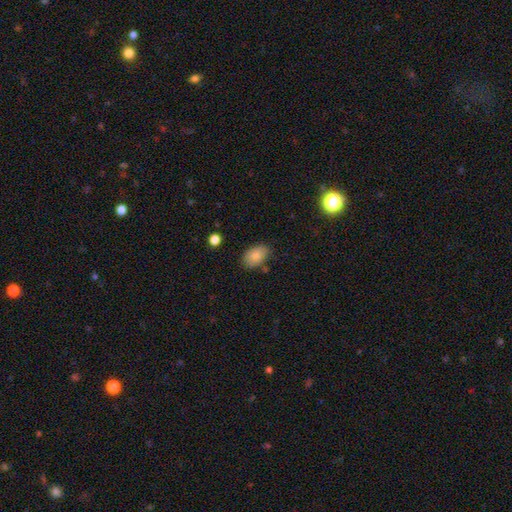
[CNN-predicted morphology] Smooth or featured? Predicted: smooth (p=0.82). How rounded? Predicted: in between (p=0.88). Merging? Predicted: none (p=0.76).